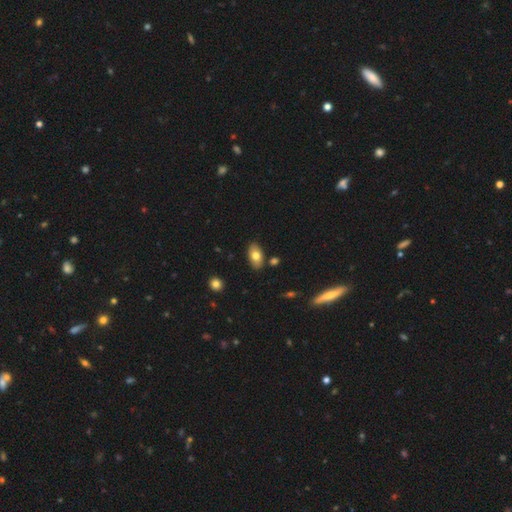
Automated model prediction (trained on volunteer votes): smooth_or_featured: smooth (p=0.74) [alt: featured or disk p=0.19]
how_rounded: in between (p=0.92) [alt: round p=0.05]
merging: none (p=0.84) [alt: minor disturbance p=0.11]